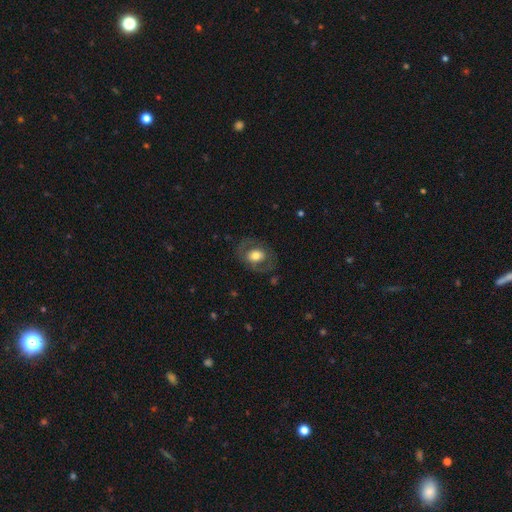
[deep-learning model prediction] smooth-or-featured: smooth: 54% | featured or disk: 39% | star or artifact: 7%
  how-rounded: in between: 58% | round: 41% | cigar-shaped: 1%
  merging: none: 74% | minor disturbance: 14% | major disturbance: 11% | merger: 1%